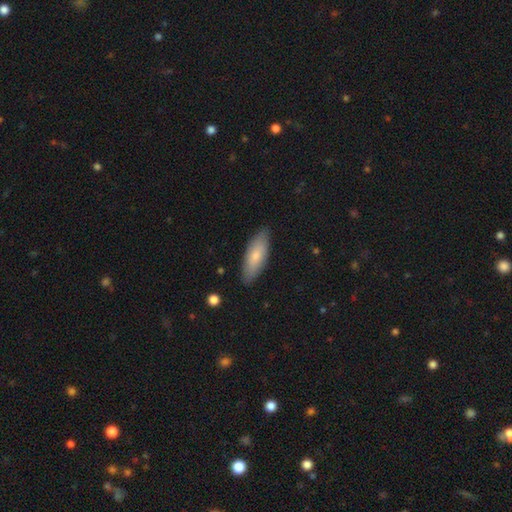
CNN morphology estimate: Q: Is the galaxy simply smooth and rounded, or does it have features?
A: smooth — 74%.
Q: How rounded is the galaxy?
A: in between — 65%.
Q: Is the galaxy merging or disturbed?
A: none — 84%.